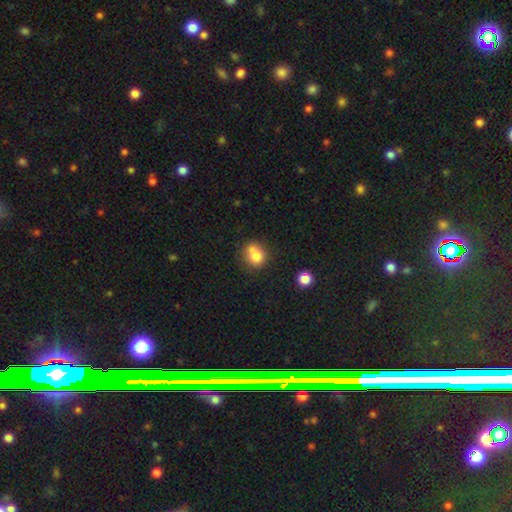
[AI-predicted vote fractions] Morphology: type=smooth (75%); roundness=round (77%); merging=none (42%).